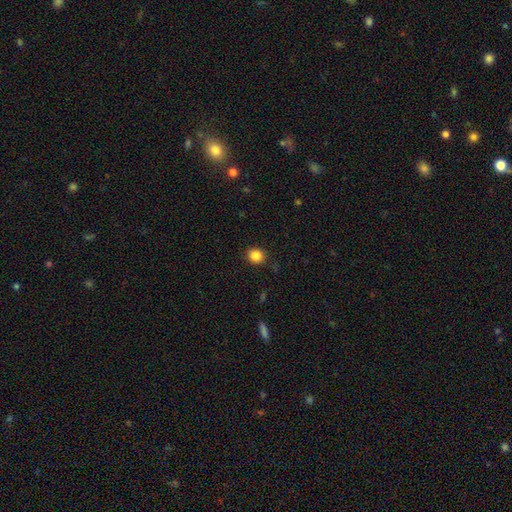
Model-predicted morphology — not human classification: smooth-or-featured: smooth: 86% | star or artifact: 11% | featured or disk: 4%
  how-rounded: round: 77% | in between: 22% | cigar-shaped: 1%
  merging: none: 88% | minor disturbance: 8% | major disturbance: 3% | merger: 1%